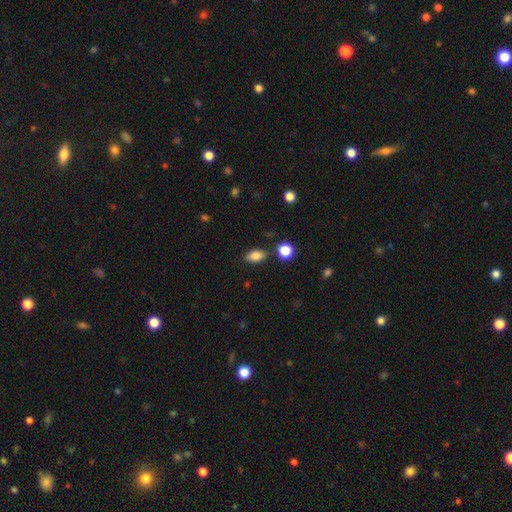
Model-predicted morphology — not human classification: This appears to be a smooth galaxy with no disk features (83%) that is in between round and cigar-shaped (86%). Merging: none (82%).